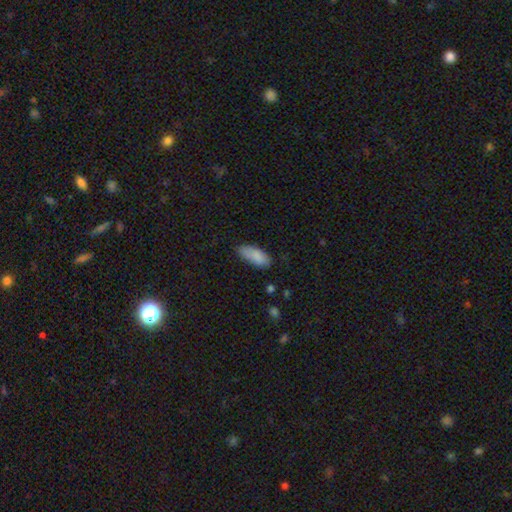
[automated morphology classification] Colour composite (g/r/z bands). It shows a smooth galaxy with no disk features (88%) that is in between round and cigar-shaped (84%). Merging: none (73%).